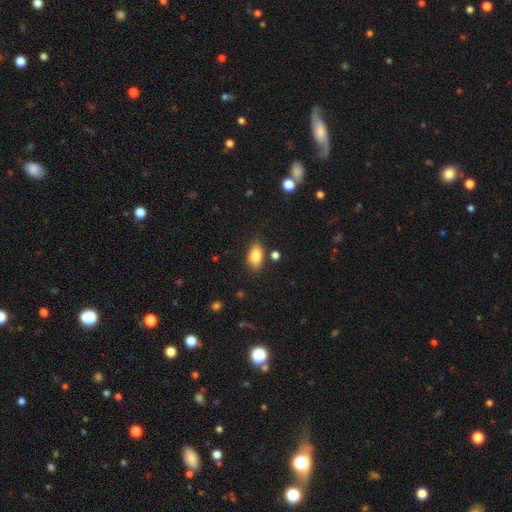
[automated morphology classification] smooth-or-featured: smooth: 83% | featured or disk: 9% | star or artifact: 8%
  how-rounded: in between: 90% | round: 6% | cigar-shaped: 3%
  merging: none: 81% | minor disturbance: 12% | merger: 4% | major disturbance: 3%